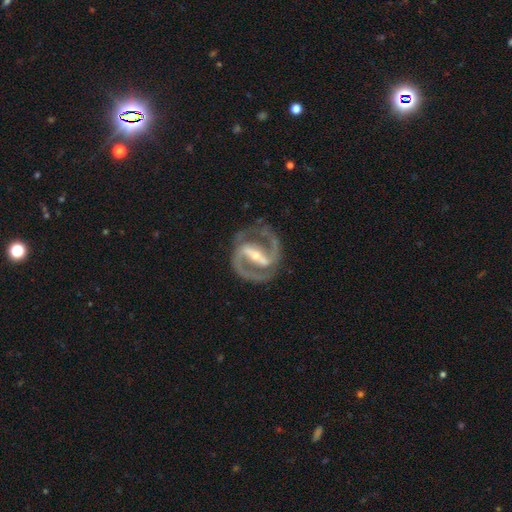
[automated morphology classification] Smooth or featured? Predicted: featured or disk (p=0.92). Edge-on disk? Predicted: no (p=0.97). Bar? Predicted: strong (p=0.78). Spiral arms? Predicted: yes (p=0.96). Spiral winding? Predicted: medium (p=0.61). Spiral arm count? Predicted: 2 (p=0.93). Bulge size? Predicted: small (p=0.61). Merging? Predicted: none (p=0.77).